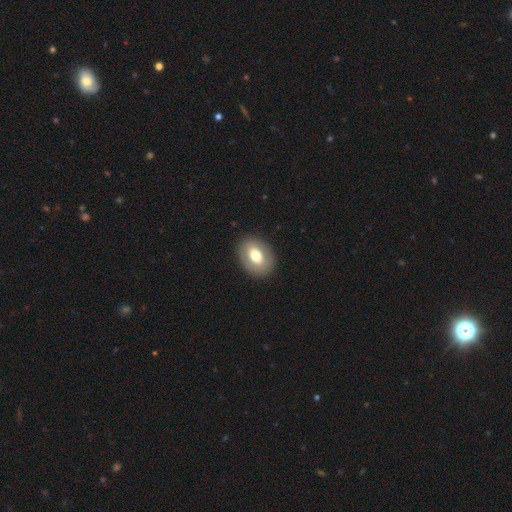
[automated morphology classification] Q: Smooth or featured?
A: smooth (66%); runner-up: featured or disk (27%)
Q: How rounded?
A: in between (68%); runner-up: round (31%)
Q: Merging?
A: none (87%); runner-up: minor disturbance (8%)